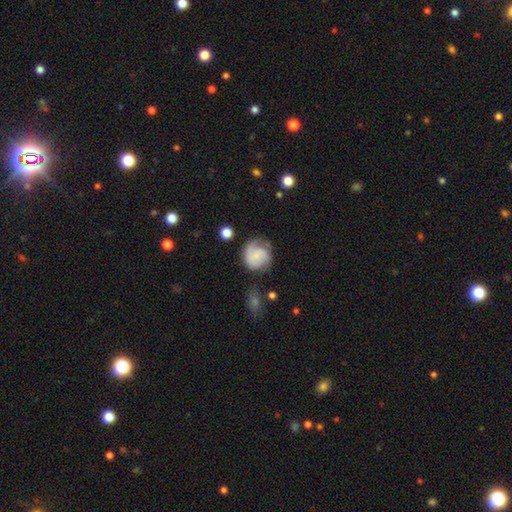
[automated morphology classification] smooth-or-featured: smooth: 51% | featured or disk: 41% | star or artifact: 8%
  how-rounded: round: 81% | in between: 18% | cigar-shaped: 1%
  merging: none: 55% | minor disturbance: 27% | major disturbance: 15% | merger: 3%